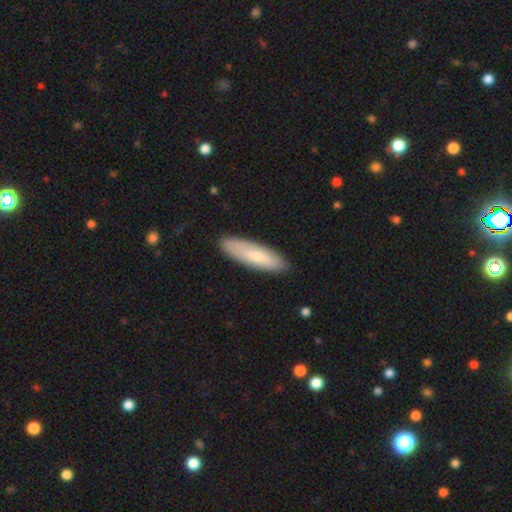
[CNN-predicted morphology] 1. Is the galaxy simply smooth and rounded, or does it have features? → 72% smooth, 23% featured or disk, 5% star or artifact.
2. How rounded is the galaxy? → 59% cigar-shaped, 40% in between, 2% round.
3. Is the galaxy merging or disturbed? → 87% none, 10% minor disturbance, 2% major disturbance, 1% merger.